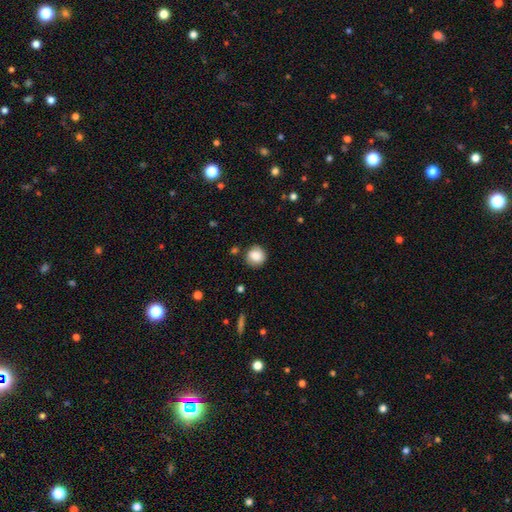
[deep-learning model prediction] smooth 82%, featured or disk 10%, star or artifact 9%. Down the decision tree: how rounded — round (90%); merging — none (82%).